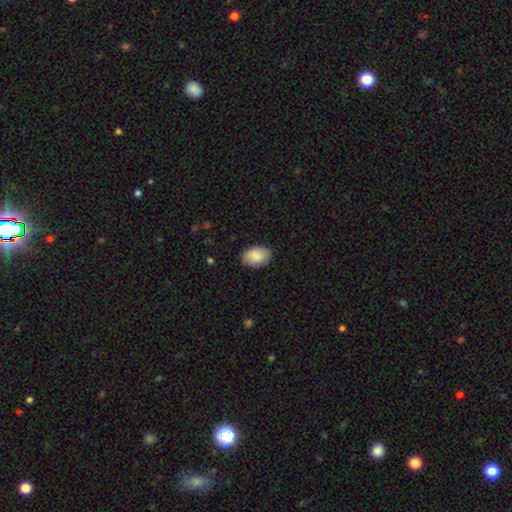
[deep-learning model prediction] A smooth galaxy with no disk features (88%) that is in between round and cigar-shaped (89%).

Vote fractions:
- Smooth or featured? smooth: 88% / featured or disk: 6% / star or artifact: 6%
- How rounded? in between: 89% / round: 10% / cigar-shaped: 1%
- Merging? none: 86% / minor disturbance: 11% / major disturbance: 2% / merger: 1%